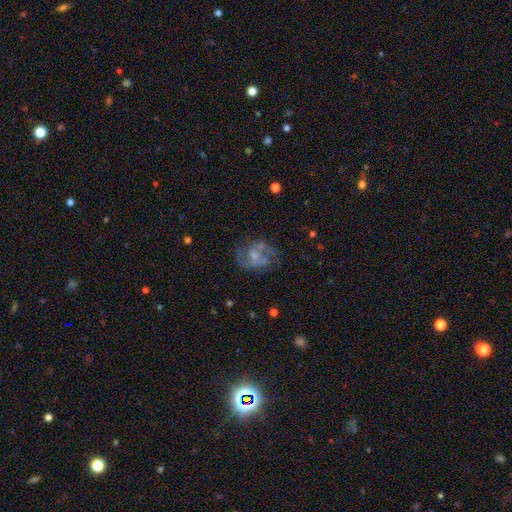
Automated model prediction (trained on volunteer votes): This is likely a featured or disk galaxy (67%). It is clearly not viewed edge-on (98%). Bar: possibly no (57%). Spiral arm pattern: likely yes (68%). Central bulge: marginally small (35%). Merging: possibly none (51%).